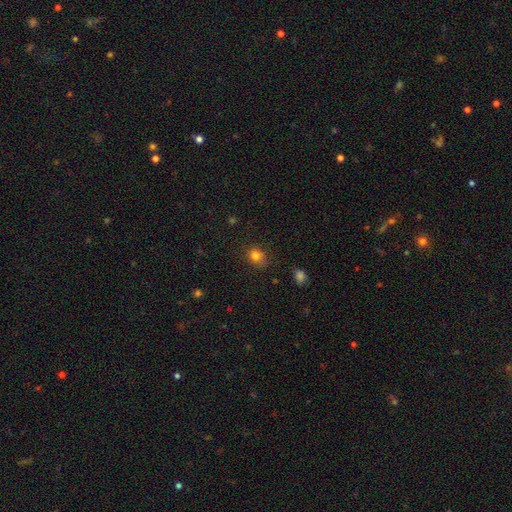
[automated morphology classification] Q: Smooth or featured?
A: smooth (81%); runner-up: star or artifact (13%)
Q: How rounded?
A: round (67%); runner-up: in between (33%)
Q: Merging?
A: none (75%); runner-up: minor disturbance (18%)